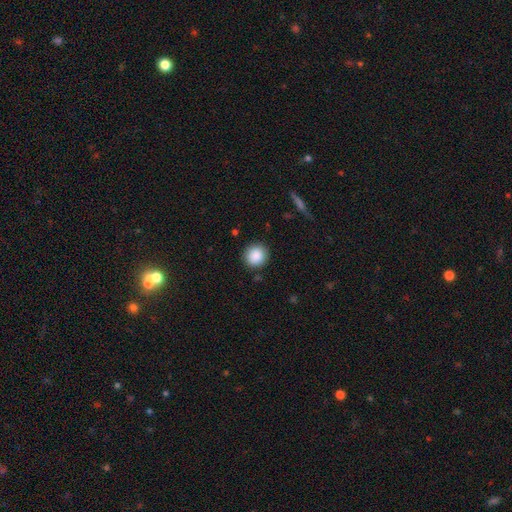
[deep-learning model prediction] Overall: smooth (88%). How rounded: round (92%). Merging: none (89%).